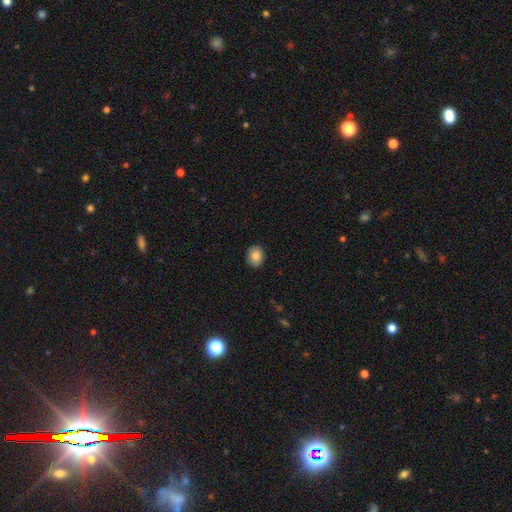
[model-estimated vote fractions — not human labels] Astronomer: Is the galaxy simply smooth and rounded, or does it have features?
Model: smooth — 85%.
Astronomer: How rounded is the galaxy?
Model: in between — 54% (runner-up: round, 45%).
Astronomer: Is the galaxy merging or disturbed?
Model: none — 88%.